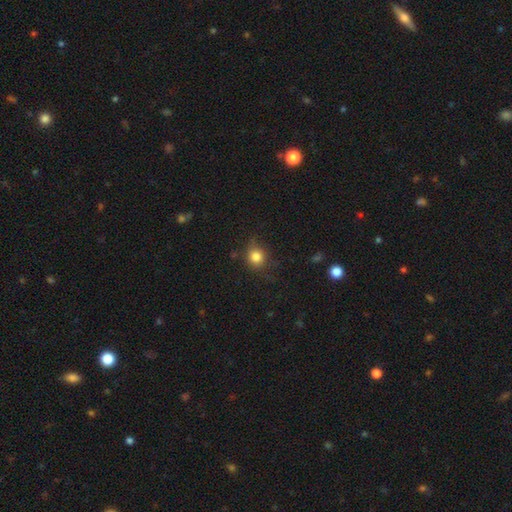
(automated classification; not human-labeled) The model was most divided on "merging": none: 74%, minor disturbance: 19%, major disturbance: 6%, merger: 2%. More confident: how rounded — round (83%); smooth or featured — smooth (83%).